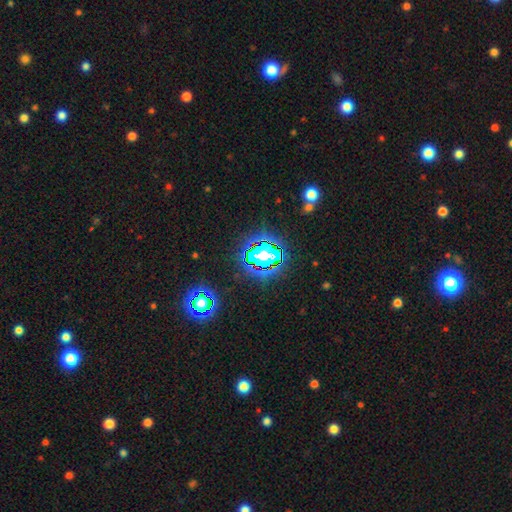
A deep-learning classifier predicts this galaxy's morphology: Q: Smooth or featured?
A: star or artifact (83%); runner-up: smooth (10%)